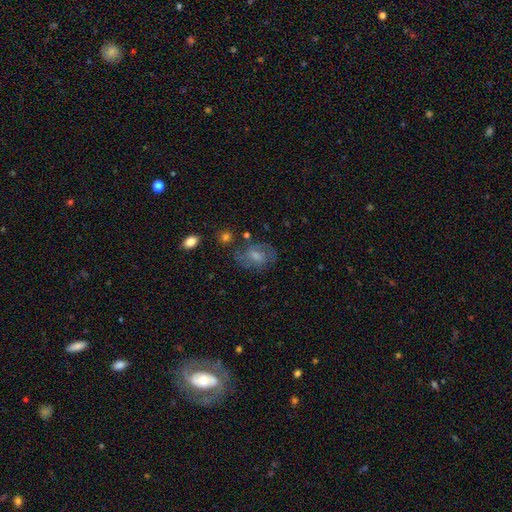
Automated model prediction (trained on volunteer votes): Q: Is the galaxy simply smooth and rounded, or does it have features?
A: featured or disk — 46%.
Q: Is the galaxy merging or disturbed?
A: none — 60%.